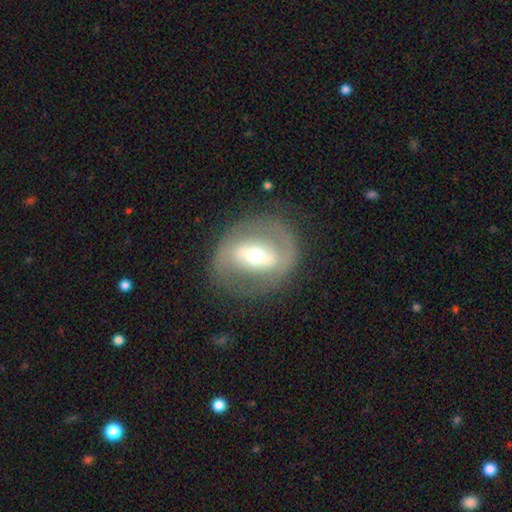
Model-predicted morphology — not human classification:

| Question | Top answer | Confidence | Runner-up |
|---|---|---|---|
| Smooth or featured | featured or disk | 70% | smooth (23%) |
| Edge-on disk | no | 93% | yes (7%) |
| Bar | strong | 45% | weak (32%) |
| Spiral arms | yes | 53% | no (47%) |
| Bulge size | moderate | 60% | small (30%) |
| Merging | none | 79% | minor disturbance (12%) |